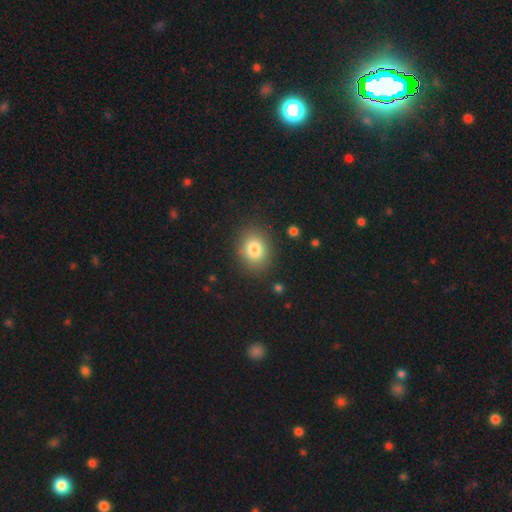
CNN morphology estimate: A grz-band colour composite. It shows a smooth galaxy with no disk features (56%) that is round (77%). Merging: none (90%).